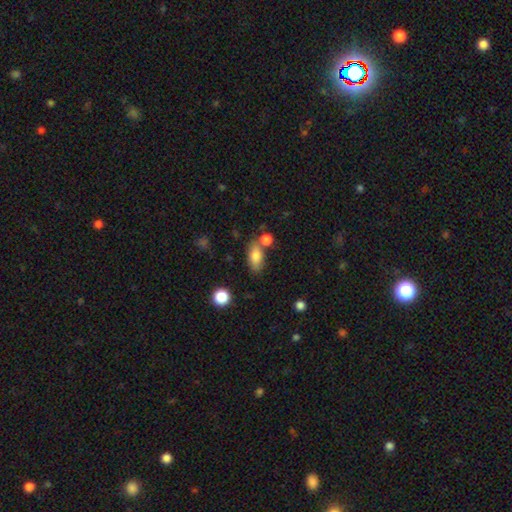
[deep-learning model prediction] A smooth galaxy with no disk features (81%) that is in between round and cigar-shaped (85%). Merging: none (62%).